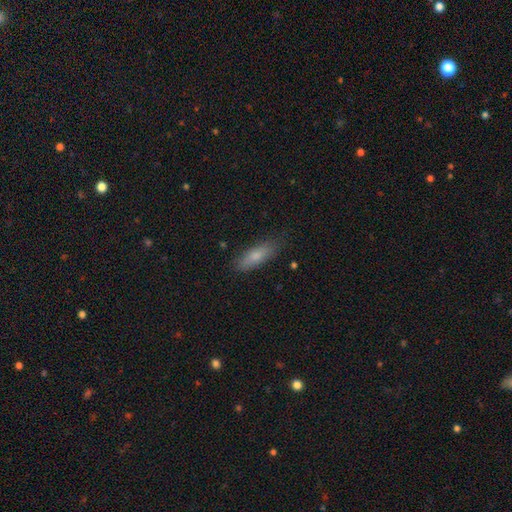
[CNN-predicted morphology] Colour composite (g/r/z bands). It shows a smooth galaxy with no disk features (79%) that is in between round and cigar-shaped (51%). Merging: none (79%).